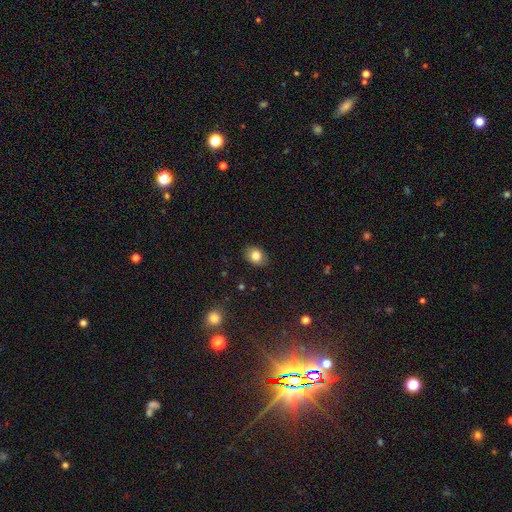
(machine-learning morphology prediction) The model was most divided on "how rounded": in between: 66%, round: 33%, cigar-shaped: 1%. More confident: merging — none (84%); smooth or featured — smooth (82%).